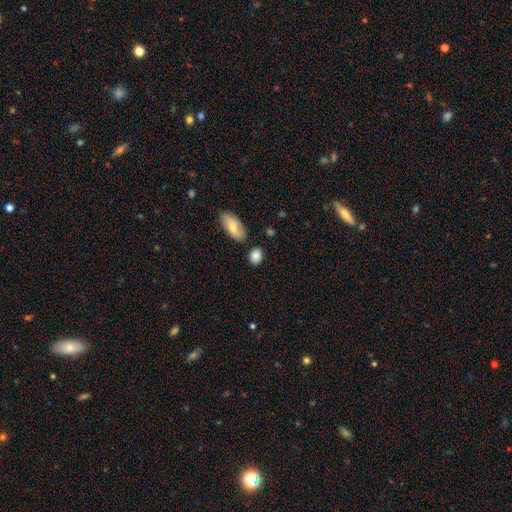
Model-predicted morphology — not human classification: Smooth or featured? smooth (86%)
How rounded? in between (56%)
Merging? none (77%)